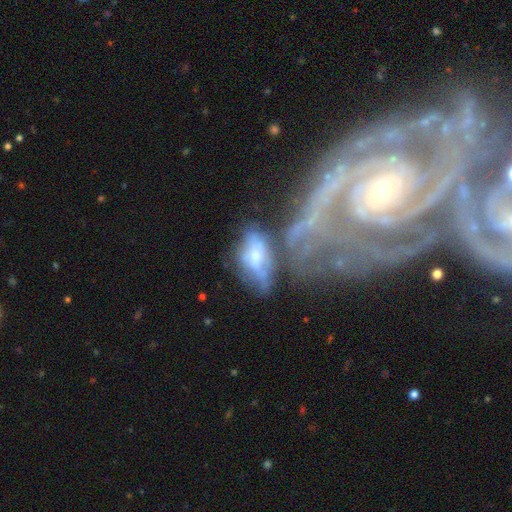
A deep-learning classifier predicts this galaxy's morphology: featured or disk 56%, smooth 34%, star or artifact 10%. Down the decision tree: edge-on disk — no (81%); merging — merger (29%).